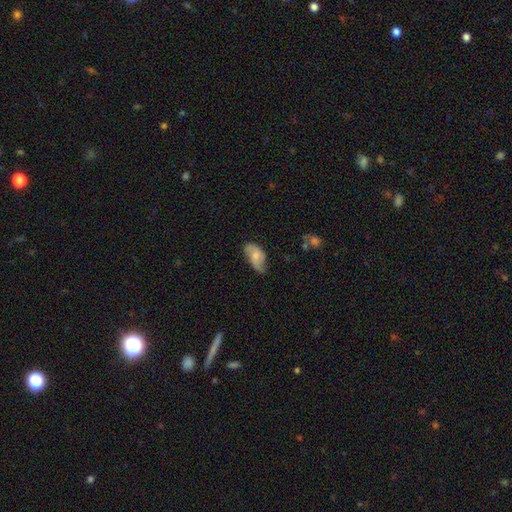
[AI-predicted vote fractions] Smooth or featured: smooth — 62% (featured or disk — 32%)
How rounded: in between — 93% (round — 5%)
Merging: none — 48% (minor disturbance — 39%)